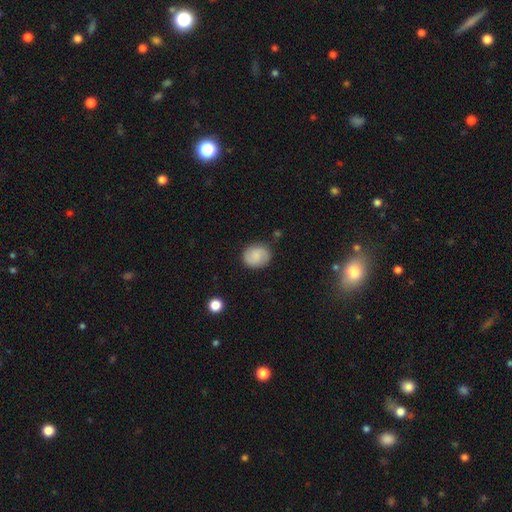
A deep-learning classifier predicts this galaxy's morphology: Smooth or featured: smooth — 62% (featured or disk — 29%)
How rounded: round — 64% (in between — 35%)
Merging: none — 81% (minor disturbance — 13%)